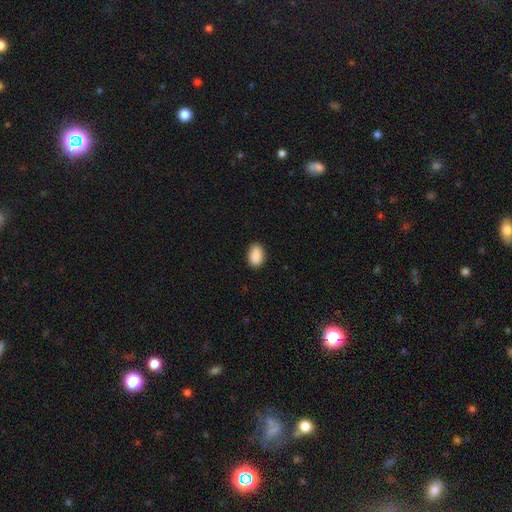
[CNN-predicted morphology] The model was most divided on "how rounded": in between: 86%, round: 13%, cigar-shaped: 1%. More confident: smooth or featured — smooth (90%); merging — none (87%).